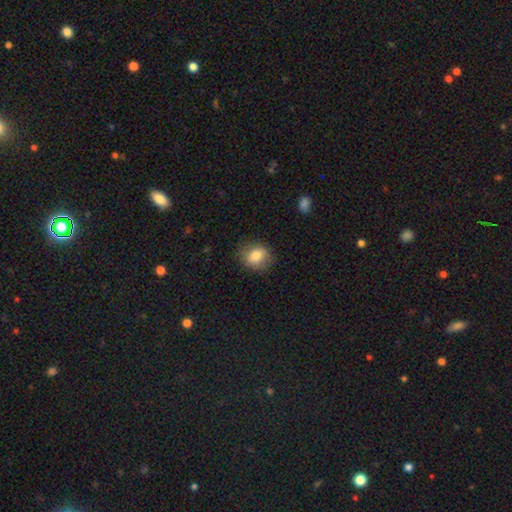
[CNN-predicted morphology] Smooth or featured?
  - smooth: 81% *
  - featured or disk: 10%
  - star or artifact: 9%
How rounded?
  - round: 58% *
  - in between: 40%
  - cigar-shaped: 1%
Merging?
  - none: 81% *
  - minor disturbance: 14%
  - major disturbance: 4%
  - merger: 1%